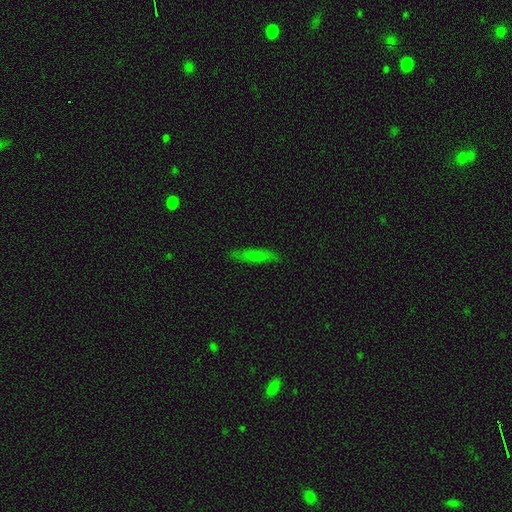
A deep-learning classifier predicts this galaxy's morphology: A smooth galaxy with no disk features (65%) that is cigar-shaped (84%).

Vote fractions:
- Smooth or featured? smooth: 65% / featured or disk: 25% / star or artifact: 10%
- How rounded? cigar-shaped: 84% / in between: 13% / round: 2%
- Merging? none: 85% / minor disturbance: 11% / major disturbance: 2% / merger: 1%